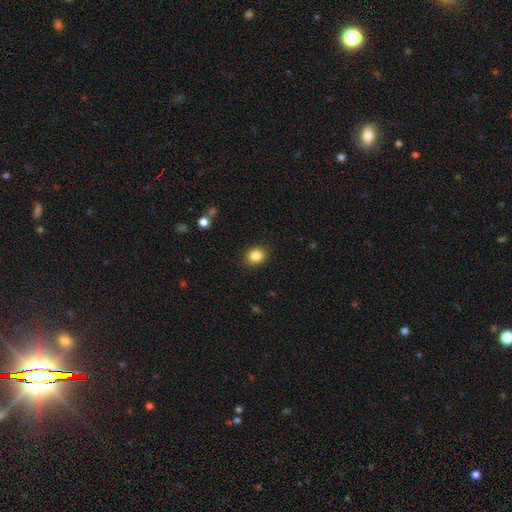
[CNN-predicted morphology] Smooth or featured: smooth — 86% (star or artifact — 10%)
How rounded: round — 54% (in between — 45%)
Merging: none — 88% (minor disturbance — 8%)